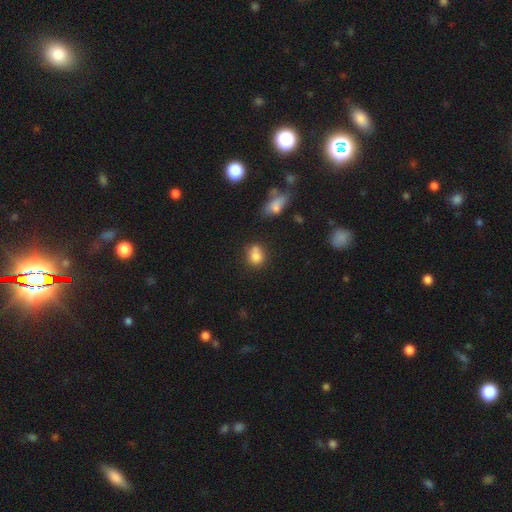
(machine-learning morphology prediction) This is likely a smooth galaxy (80%). How rounded: possibly round (54%). Merging: possibly none (51%).